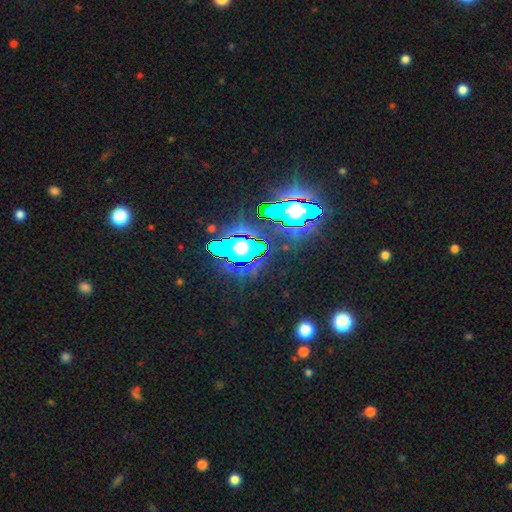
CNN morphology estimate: Smooth or featured? star or artifact (82%)